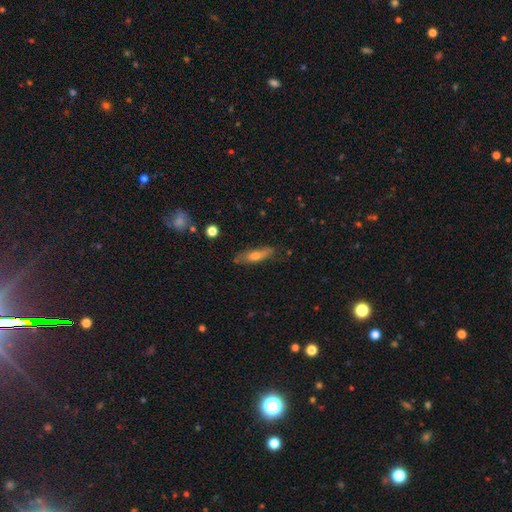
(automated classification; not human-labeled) A smooth galaxy with no disk features (51%) that is cigar-shaped (66%).

Vote fractions:
- Smooth or featured? smooth: 51% / featured or disk: 41% / star or artifact: 8%
- How rounded? cigar-shaped: 66% / in between: 31% / round: 3%
- Merging? none: 77% / minor disturbance: 18% / major disturbance: 4% / merger: 2%